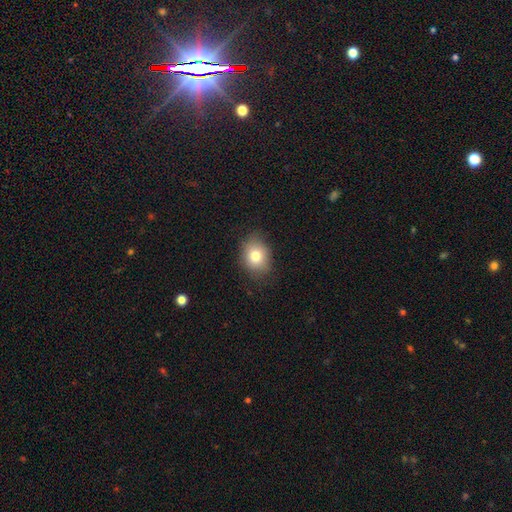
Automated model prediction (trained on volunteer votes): Smooth or featured? Predicted: smooth (p=0.78). How rounded? Predicted: in between (p=0.51). Merging? Predicted: none (p=0.81).